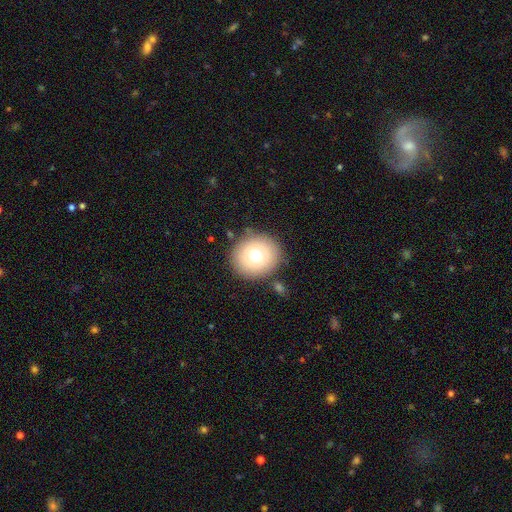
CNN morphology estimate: Smooth or featured?
  - smooth: 72% *
  - featured or disk: 16%
  - star or artifact: 12%
How rounded?
  - round: 88% *
  - in between: 11%
  - cigar-shaped: 1%
Merging?
  - none: 83% *
  - minor disturbance: 9%
  - merger: 4%
  - major disturbance: 4%